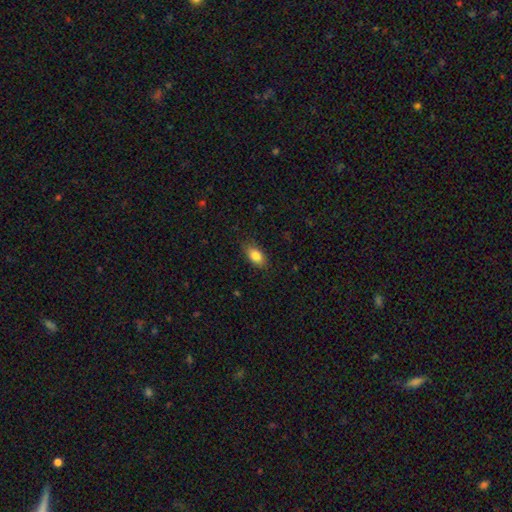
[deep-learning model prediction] Smooth or featured? Predicted: smooth (p=0.83). How rounded? Predicted: in between (p=0.89). Merging? Predicted: none (p=0.83).